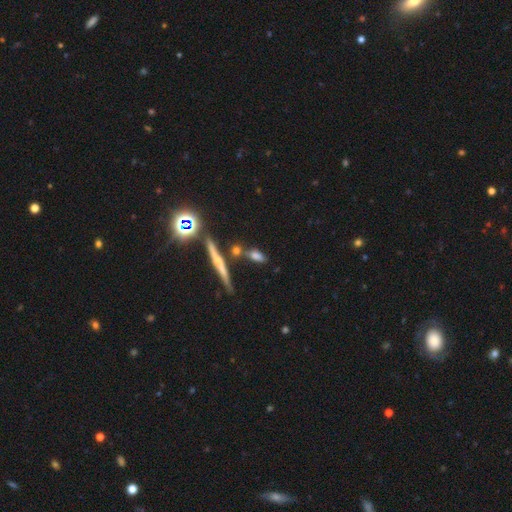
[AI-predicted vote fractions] Smooth or featured: smooth — 64% (featured or disk — 22%)
How rounded: in between — 56% (cigar-shaped — 34%)
Merging: none — 60% (merger — 18%)